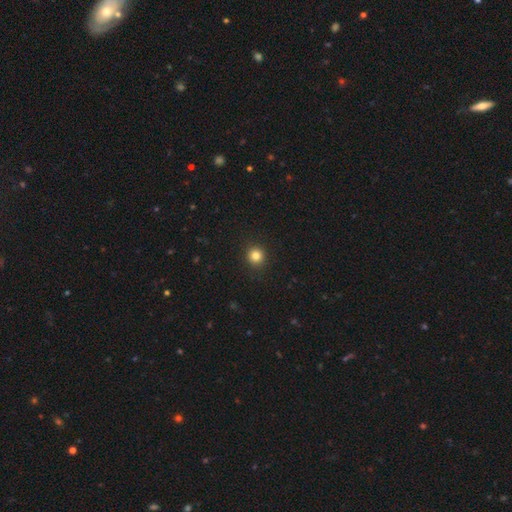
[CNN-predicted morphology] smooth 84%, star or artifact 12%, featured or disk 4%. Down the decision tree: how rounded — round (92%); merging — none (92%).